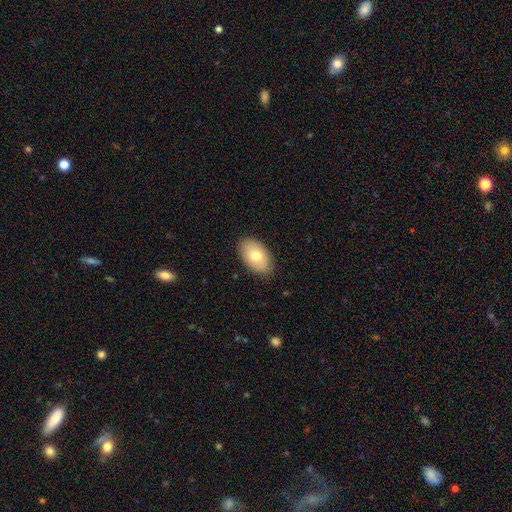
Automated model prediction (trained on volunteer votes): Smooth or featured? Predicted: smooth (p=0.72). How rounded? Predicted: in between (p=0.92). Merging? Predicted: none (p=0.86).